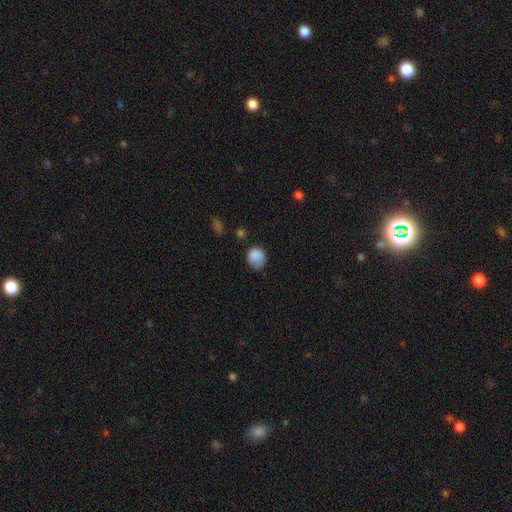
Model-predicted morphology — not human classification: Q: Smooth or featured?
A: smooth (86%); runner-up: star or artifact (9%)
Q: How rounded?
A: round (68%); runner-up: in between (31%)
Q: Merging?
A: none (58%); runner-up: minor disturbance (31%)